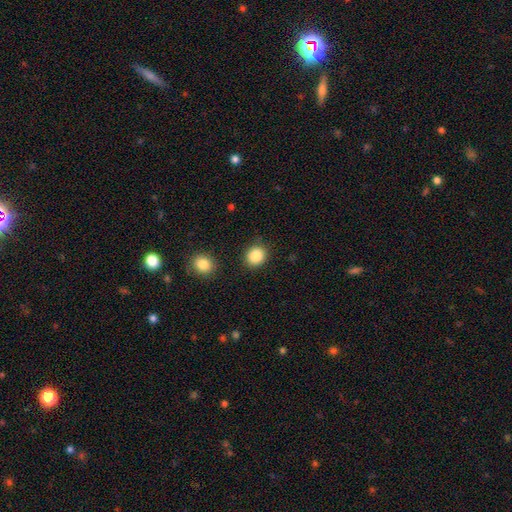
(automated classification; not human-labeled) smooth_or_featured: smooth (p=0.87) [alt: star or artifact p=0.09]
how_rounded: round (p=0.75) [alt: in between p=0.24]
merging: none (p=0.84) [alt: minor disturbance p=0.09]